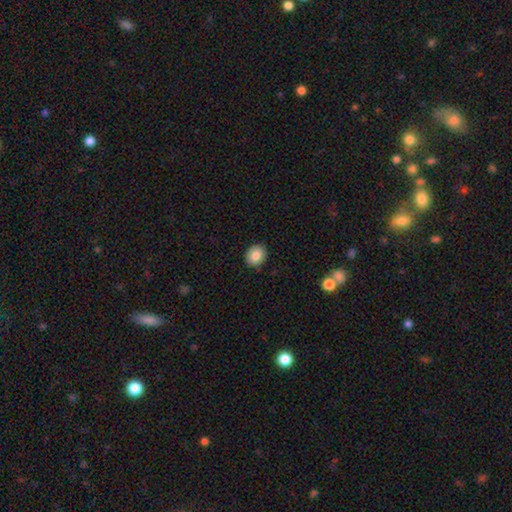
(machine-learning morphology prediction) Smooth or featured: smooth — 83% (star or artifact — 9%)
How rounded: round — 60% (in between — 39%)
Merging: none — 89% (minor disturbance — 8%)